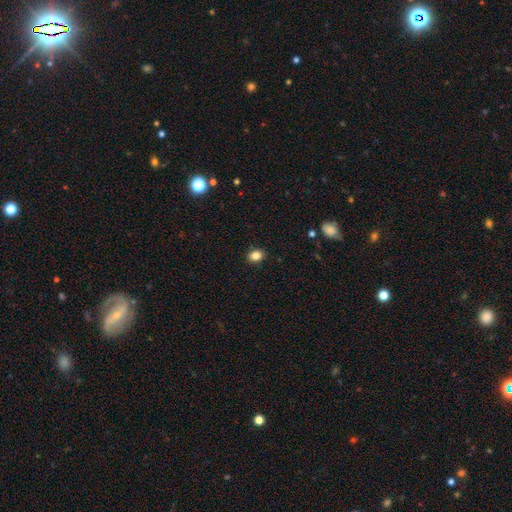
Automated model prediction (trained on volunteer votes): This is clearly a smooth galaxy (85%). How rounded: possibly in between (52%). Merging: clearly none (89%).